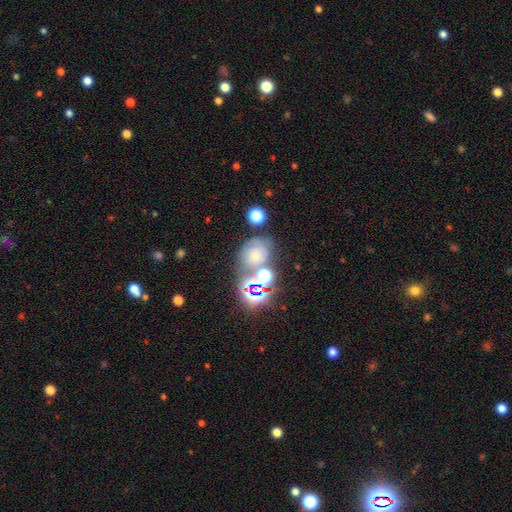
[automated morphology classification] Smooth or featured: smooth — 47% (star or artifact — 33%)
Merging: none — 48% (merger — 26%)